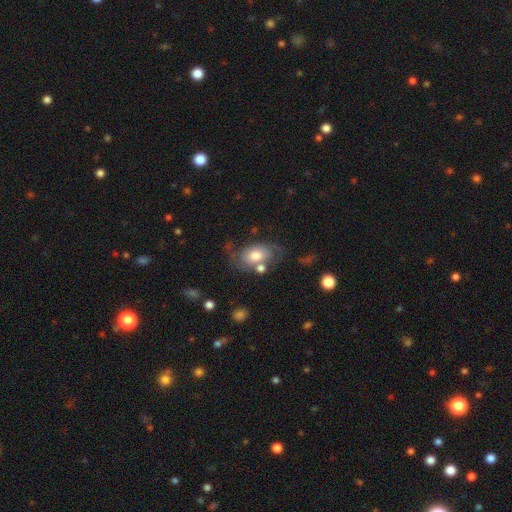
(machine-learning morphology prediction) Q: Smooth or featured?
A: featured or disk (50%); runner-up: smooth (42%)
Q: Edge-on disk?
A: no (96%); runner-up: yes (4%)
Q: Merging?
A: none (47%); runner-up: minor disturbance (22%)